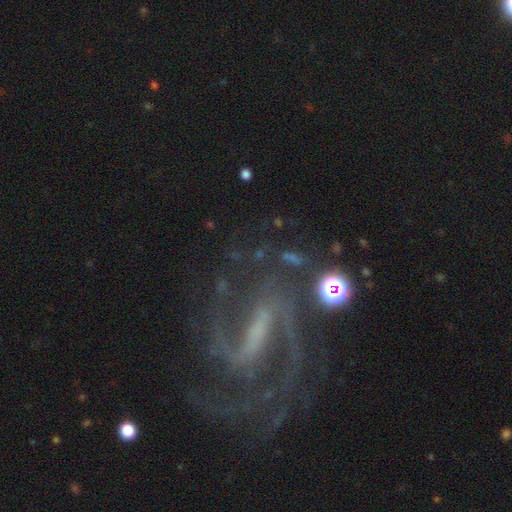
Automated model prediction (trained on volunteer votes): Smooth or featured: featured or disk — 79% (star or artifact — 13%)
Edge-on disk: no — 95% (yes — 5%)
Bar: strong — 59% (weak — 28%)
Spiral arms: yes — 93% (no — 7%)
Spiral winding: medium — 50% (loose — 28%)
Spiral arm count: 2 — 77% (can't tell — 9%)
Bulge size: none — 40% (small — 35%)
Merging: none — 64% (minor disturbance — 16%)